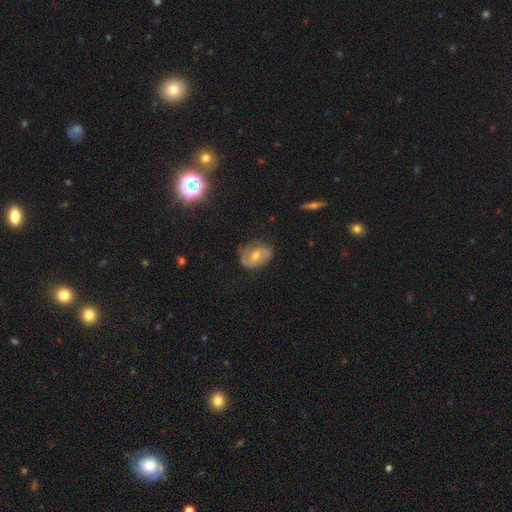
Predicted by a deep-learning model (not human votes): Smooth or featured? Predicted: featured or disk (p=0.62). Edge-on disk? Predicted: no (p=0.96). Bar? Predicted: no (p=0.47). Spiral arms? Predicted: yes (p=0.84). Bulge size? Predicted: moderate (p=0.57). Merging? Predicted: none (p=0.61).